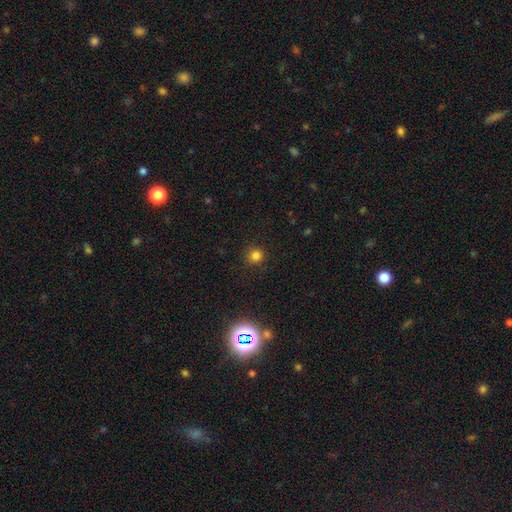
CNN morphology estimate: type=smooth (81%); roundness=round (94%); merging=none (90%).